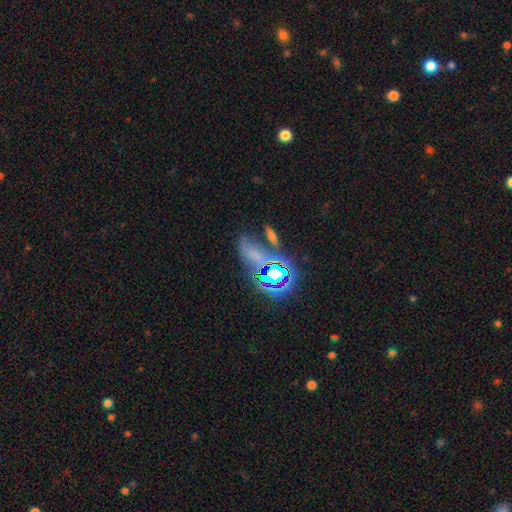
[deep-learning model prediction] This appears to be a star or artifact, not a galaxy (44%).